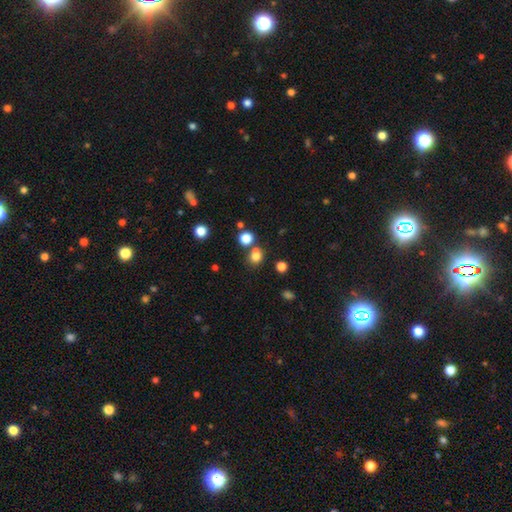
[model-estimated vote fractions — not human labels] Morphology: type=smooth (76%); roundness=round (81%); merging=none (63%).